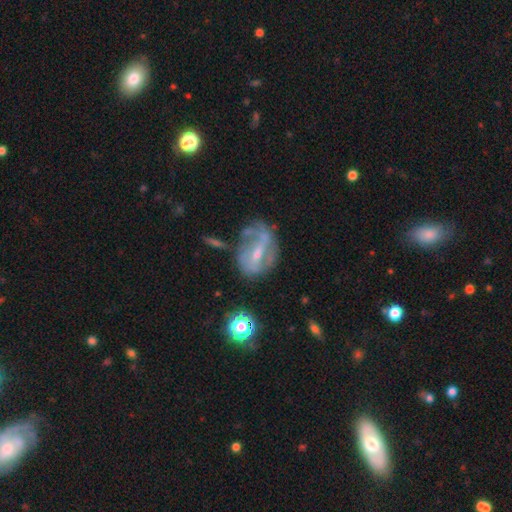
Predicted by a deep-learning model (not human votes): Smooth or featured? Predicted: featured or disk (p=0.73). Edge-on disk? Predicted: no (p=0.95). Bar? Predicted: weak (p=0.44). Spiral arms? Predicted: yes (p=0.71). Bulge size? Predicted: small (p=0.59). Merging? Predicted: none (p=0.45).